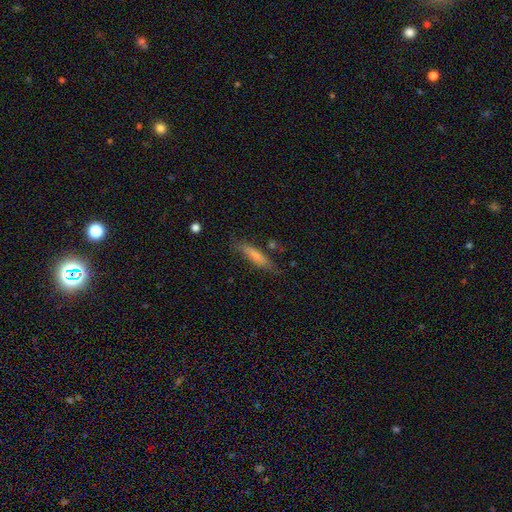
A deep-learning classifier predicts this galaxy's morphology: This appears to be a smooth galaxy with no disk features (74%) that is cigar-shaped (81%). Merging: none (72%).